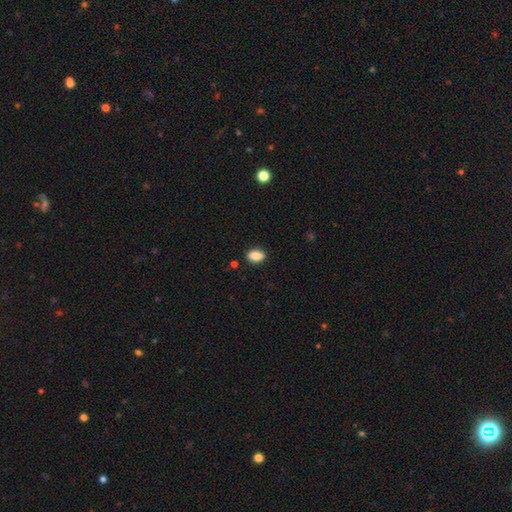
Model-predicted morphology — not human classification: This is clearly a smooth galaxy (87%). How rounded: clearly in between (83%). Merging: clearly none (88%).